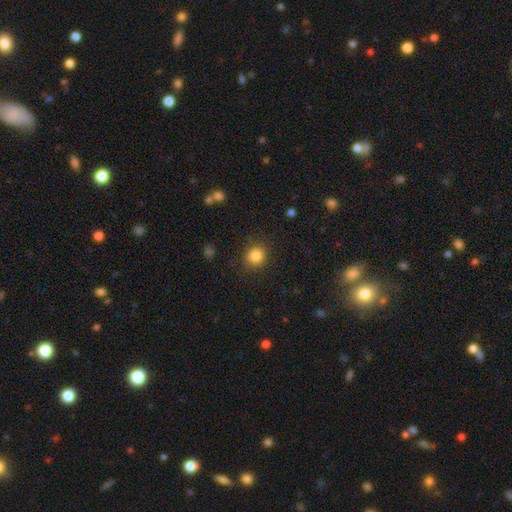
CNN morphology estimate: A smooth galaxy with no disk features (84%) that is round (78%). Merging: none (87%).